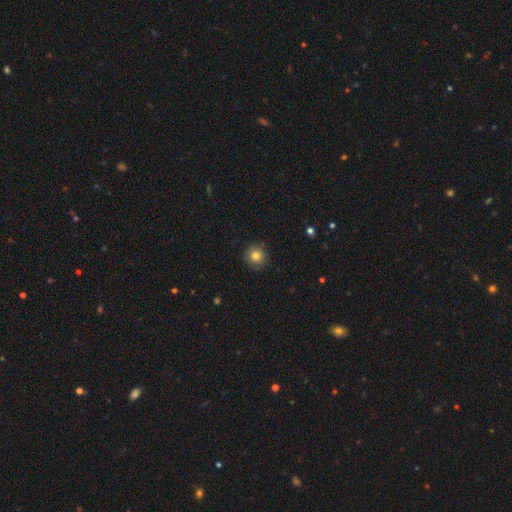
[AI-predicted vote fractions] A smooth galaxy with no disk features (80%) that is round (93%). Merging: none (88%).